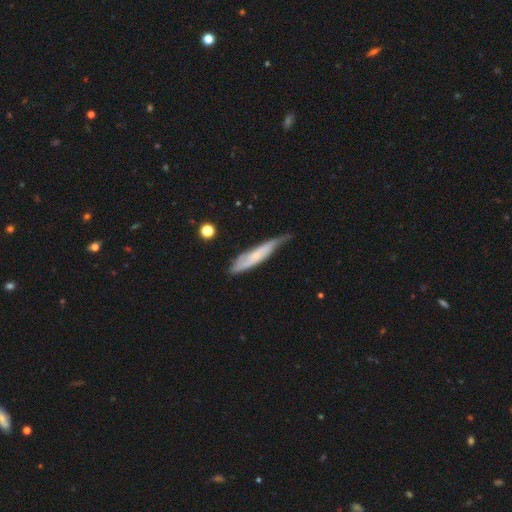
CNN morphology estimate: Smooth or featured? featured or disk (52%)
Edge-on disk? yes (51%)
Merging? none (44%)